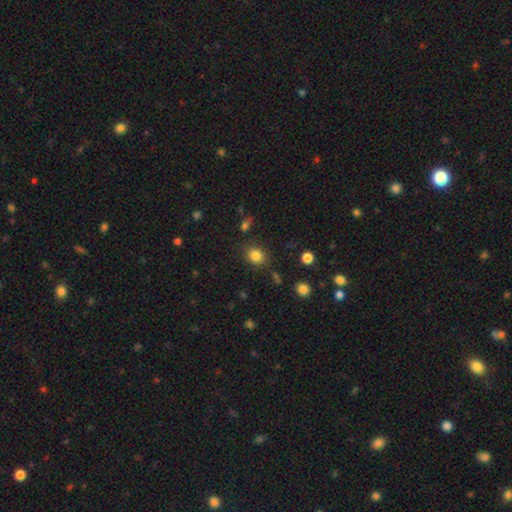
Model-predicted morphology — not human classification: Smooth or featured?
  - smooth: 83% *
  - star or artifact: 12%
  - featured or disk: 5%
How rounded?
  - round: 66% *
  - in between: 33%
  - cigar-shaped: 1%
Merging?
  - none: 81% *
  - minor disturbance: 11%
  - major disturbance: 4%
  - merger: 4%